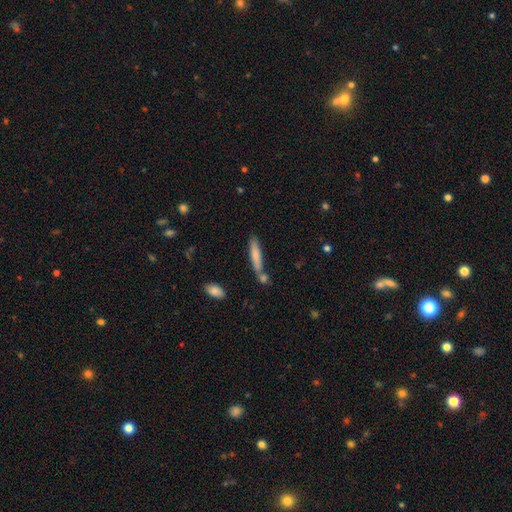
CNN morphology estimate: Smooth or featured?
  - smooth: 73% *
  - featured or disk: 21%
  - star or artifact: 6%
How rounded?
  - cigar-shaped: 87% *
  - in between: 12%
  - round: 2%
Merging?
  - none: 63% *
  - merger: 18%
  - minor disturbance: 15%
  - major disturbance: 4%